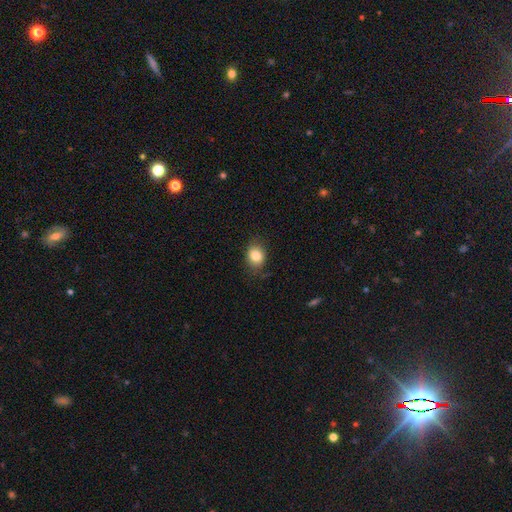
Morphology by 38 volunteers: This is clearly a smooth galaxy (92%). How rounded: likely round (71%). Merging: clearly none (81%).